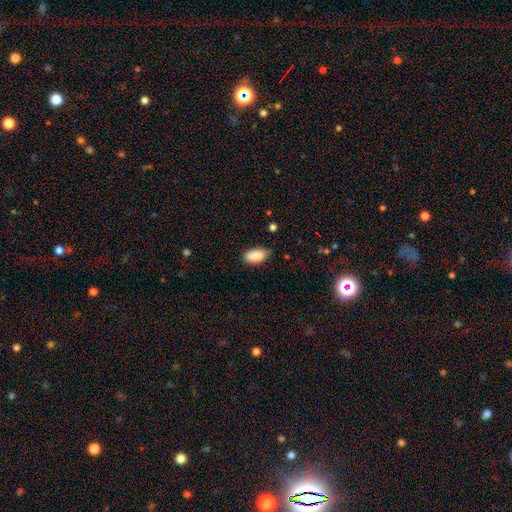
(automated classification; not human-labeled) A smooth galaxy with no disk features (86%) that is in between round and cigar-shaped (93%). Merging: none (75%).